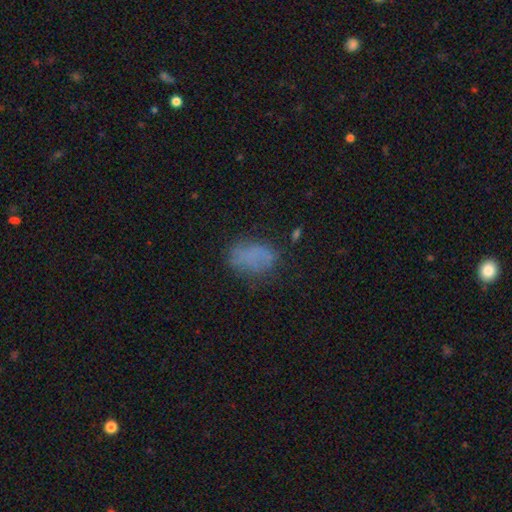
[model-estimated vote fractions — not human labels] The model was most divided on "merging": none: 61%, minor disturbance: 24%, major disturbance: 12%, merger: 3%. More confident: how rounded — in between (83%); smooth or featured — smooth (66%).